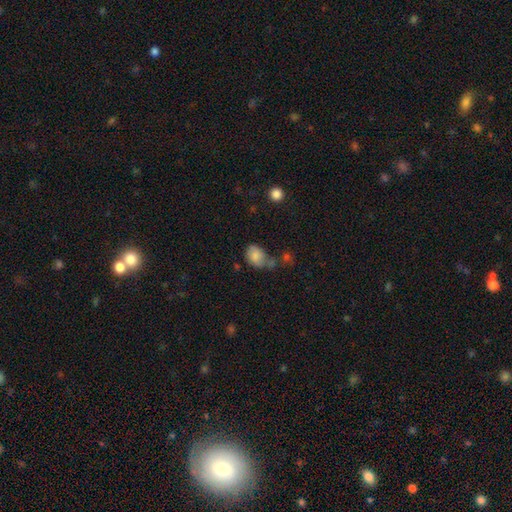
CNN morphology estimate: smooth_or_featured: smooth (p=0.78) [alt: featured or disk p=0.13]
how_rounded: in between (p=0.66) [alt: round p=0.33]
merging: none (p=0.37) [alt: minor disturbance p=0.28]